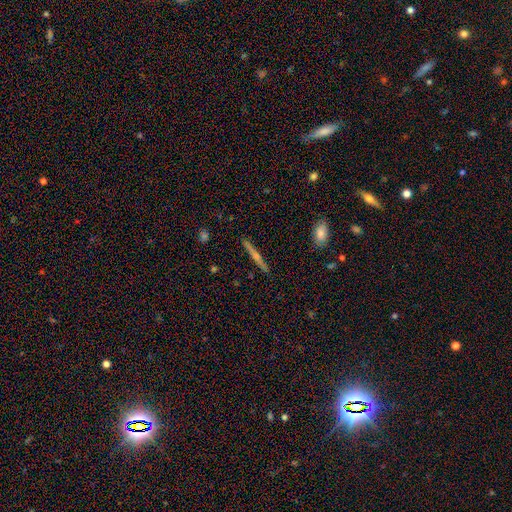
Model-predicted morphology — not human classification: Smooth or featured? Predicted: featured or disk (p=0.66). Edge-on disk? Predicted: yes (p=0.98). Edge-on bulge? Predicted: rounded (p=0.77). Merging? Predicted: none (p=0.91).